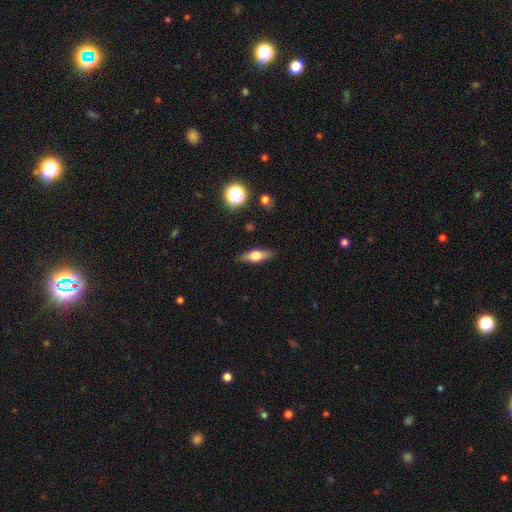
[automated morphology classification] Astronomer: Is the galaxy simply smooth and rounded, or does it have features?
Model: featured or disk — 50% (runner-up: smooth, 42%).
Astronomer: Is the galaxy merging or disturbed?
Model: none — 86%.